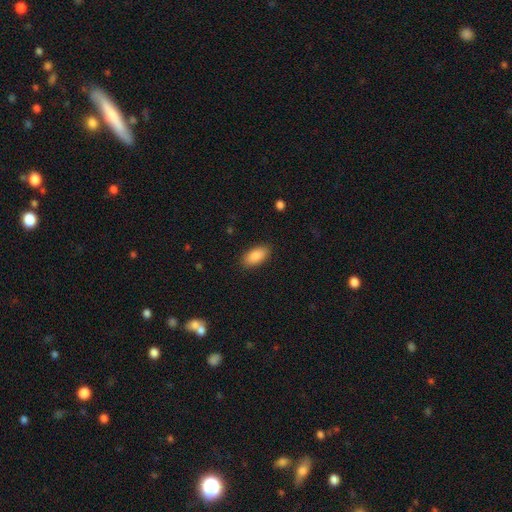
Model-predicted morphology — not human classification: This is clearly a smooth galaxy (89%). How rounded: clearly in between (91%). Merging: clearly none (87%).